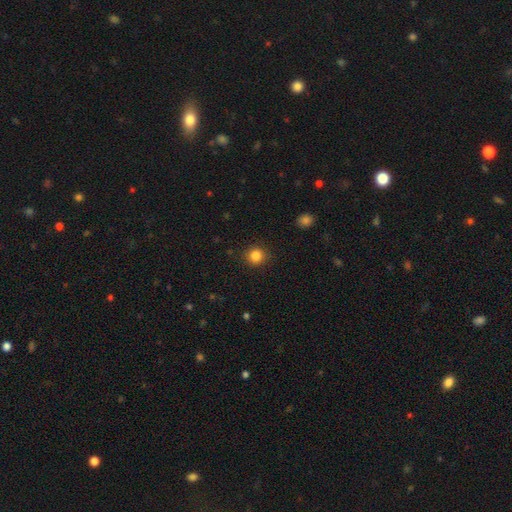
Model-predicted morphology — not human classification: Smooth or featured?
  - smooth: 84% *
  - star or artifact: 11%
  - featured or disk: 4%
How rounded?
  - round: 92% *
  - in between: 7%
  - cigar-shaped: 1%
Merging?
  - none: 90% *
  - minor disturbance: 7%
  - major disturbance: 2%
  - merger: 1%